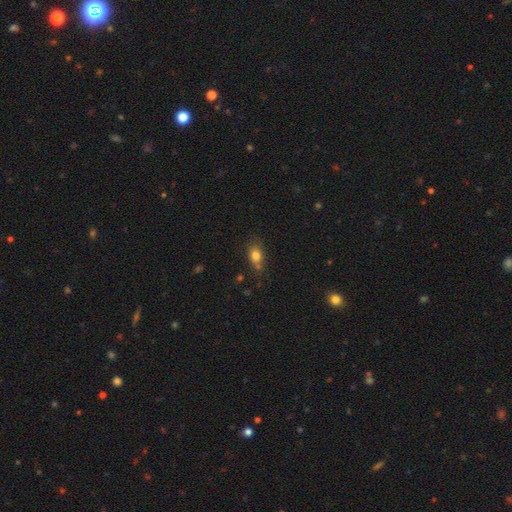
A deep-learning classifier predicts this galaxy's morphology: A smooth galaxy with no disk features (79%) that is in between round and cigar-shaped (68%). Merging: none (58%).